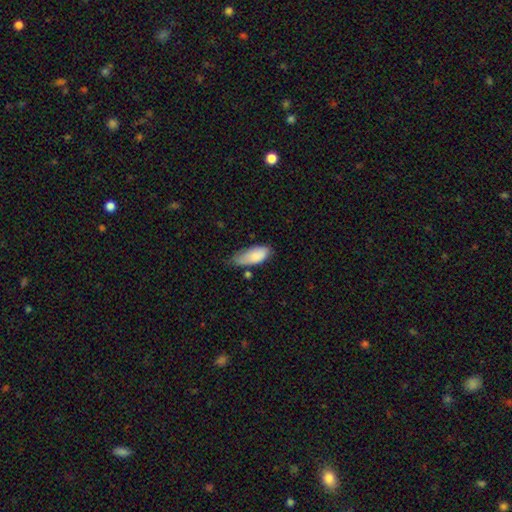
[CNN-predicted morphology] The model was most divided on "merging" (2-way tie): minor disturbance: 42%, none: 42%, major disturbance: 11%, merger: 5%. More confident: how rounded — in between (86%); smooth or featured — smooth (85%).